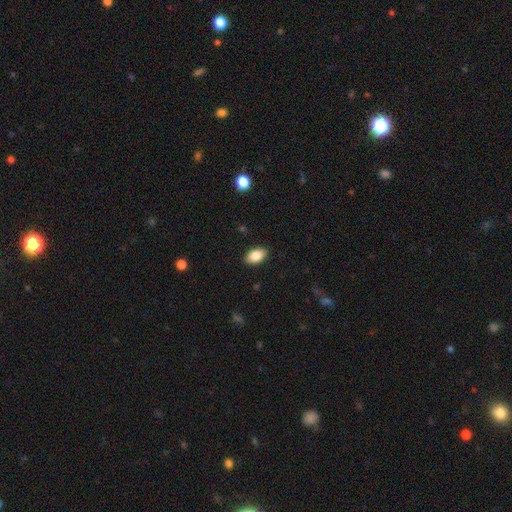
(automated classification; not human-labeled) smooth_or_featured: smooth (p=0.86) [alt: star or artifact p=0.07]
how_rounded: in between (p=0.93) [alt: round p=0.05]
merging: none (p=0.89) [alt: minor disturbance p=0.08]